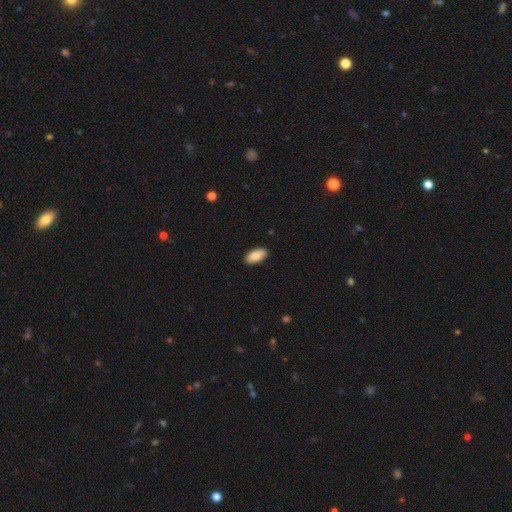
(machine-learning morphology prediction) This is clearly a smooth galaxy (87%). How rounded: clearly in between (93%). Merging: clearly none (90%).